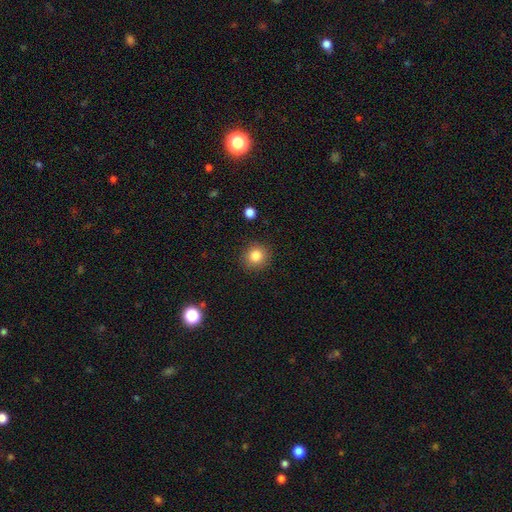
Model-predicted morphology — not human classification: This appears to be a smooth galaxy with no disk features (84%) that is round (90%). Merging: none (89%).